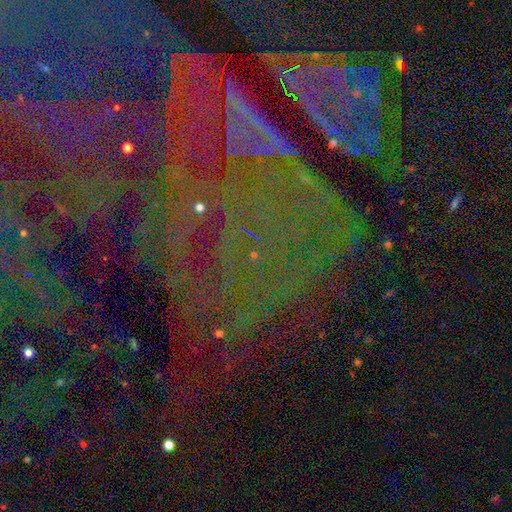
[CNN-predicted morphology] Smooth or featured? Predicted: star or artifact (p=0.85).